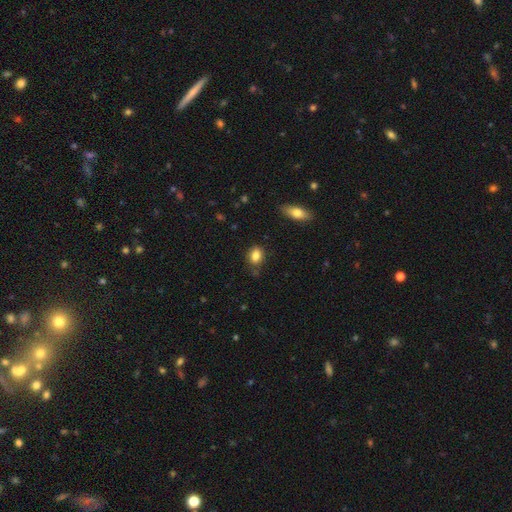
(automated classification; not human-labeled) This is clearly a smooth galaxy (83%). How rounded: likely in between (62%). Merging: likely none (75%).